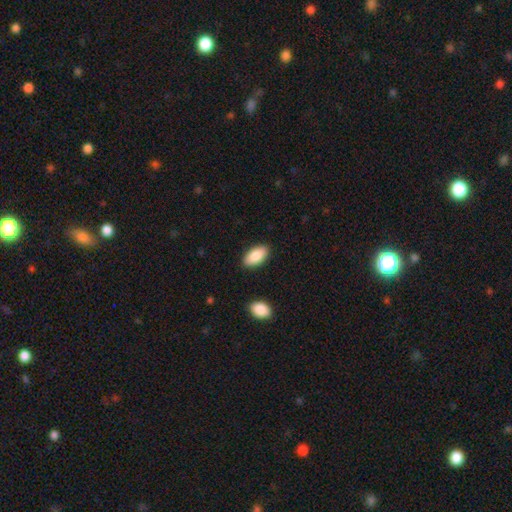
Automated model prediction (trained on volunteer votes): Smooth or featured?
  - smooth: 87% *
  - featured or disk: 7%
  - star or artifact: 6%
How rounded?
  - in between: 94% *
  - cigar-shaped: 4%
  - round: 2%
Merging?
  - none: 87% *
  - minor disturbance: 9%
  - major disturbance: 2%
  - merger: 2%